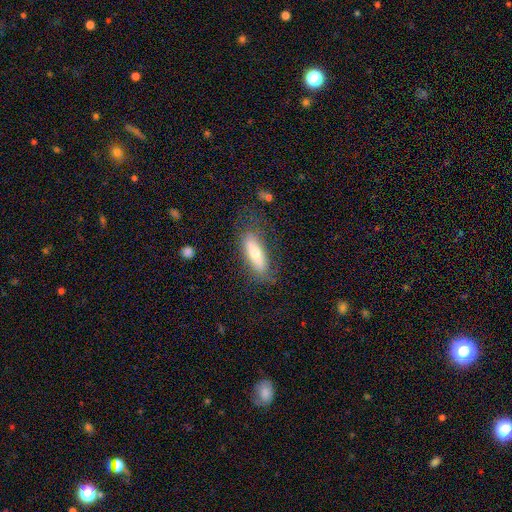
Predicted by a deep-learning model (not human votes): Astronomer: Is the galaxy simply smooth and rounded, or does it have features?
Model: smooth — 57% (runner-up: featured or disk, 36%).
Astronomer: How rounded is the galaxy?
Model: in between — 54% (runner-up: cigar-shaped, 44%).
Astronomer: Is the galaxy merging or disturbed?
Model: none — 70%.